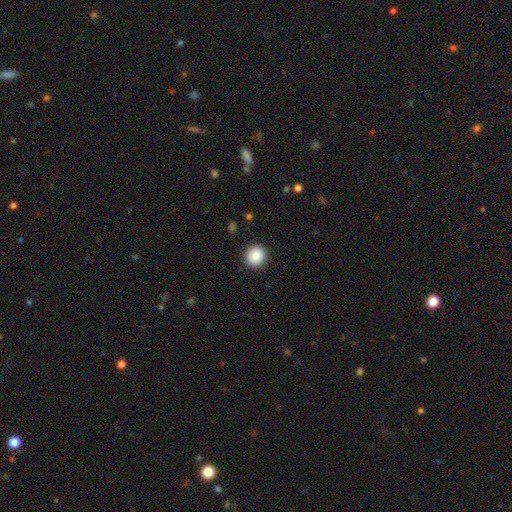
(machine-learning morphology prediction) This is clearly a smooth galaxy (87%). How rounded: clearly round (91%). Merging: clearly none (91%).